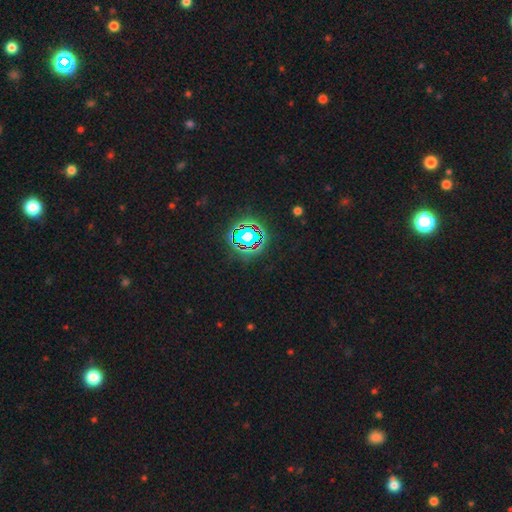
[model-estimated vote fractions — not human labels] Smooth or featured: star or artifact — 82% (smooth — 11%)